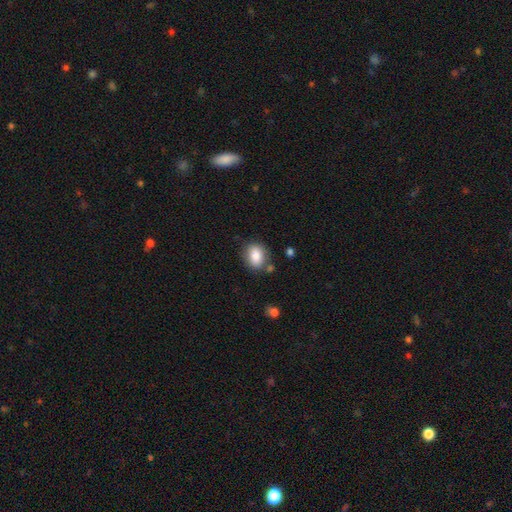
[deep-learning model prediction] Smooth or featured: smooth — 83% (featured or disk — 8%)
How rounded: in between — 58% (round — 41%)
Merging: none — 76% (minor disturbance — 14%)